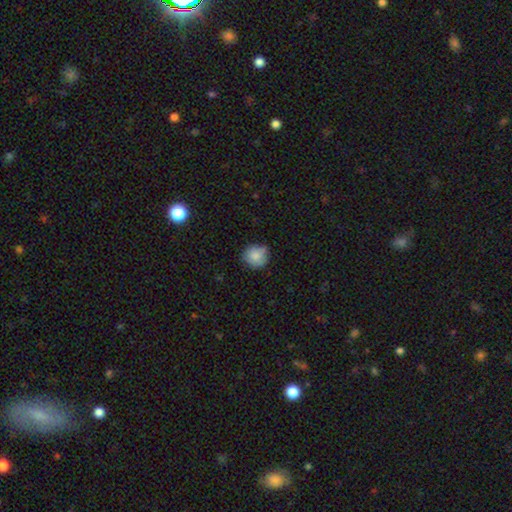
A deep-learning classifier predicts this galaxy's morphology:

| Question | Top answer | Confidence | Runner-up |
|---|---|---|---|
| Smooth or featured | smooth | 84% | star or artifact (8%) |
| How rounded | round | 87% | in between (12%) |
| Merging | none | 69% | minor disturbance (25%) |